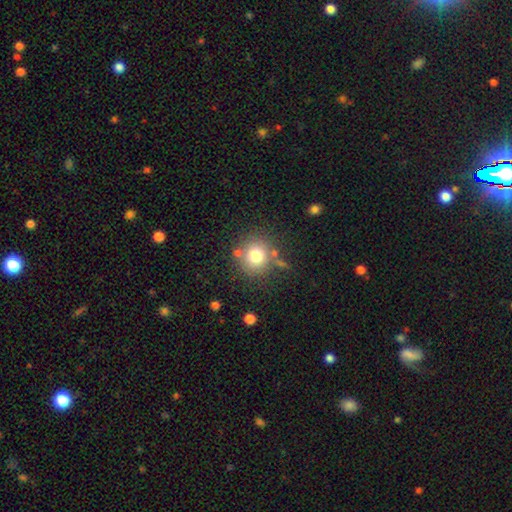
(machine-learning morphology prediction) A smooth galaxy with no disk features (76%) that is round (90%). Merging: none (76%).